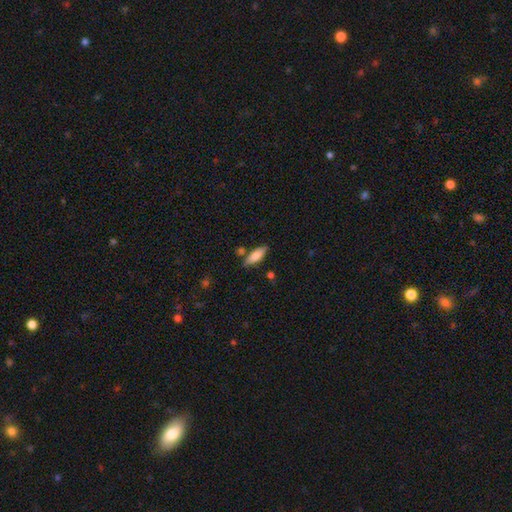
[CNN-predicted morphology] Smooth or featured: smooth — 79% (featured or disk — 15%)
How rounded: in between — 62% (cigar-shaped — 36%)
Merging: none — 78% (minor disturbance — 13%)